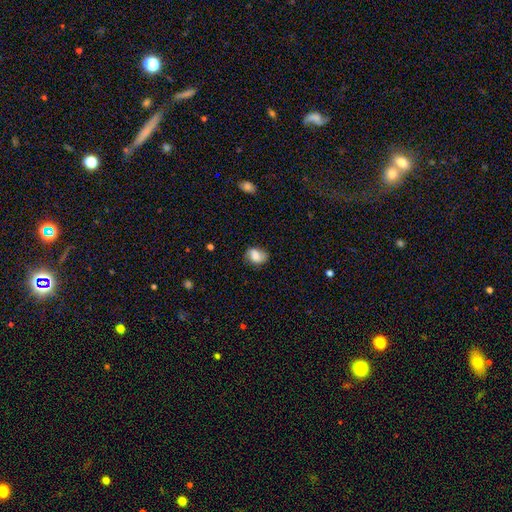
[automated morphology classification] Smooth or featured? Predicted: smooth (p=0.76). How rounded? Predicted: in between (p=0.72). Merging? Predicted: none (p=0.61).